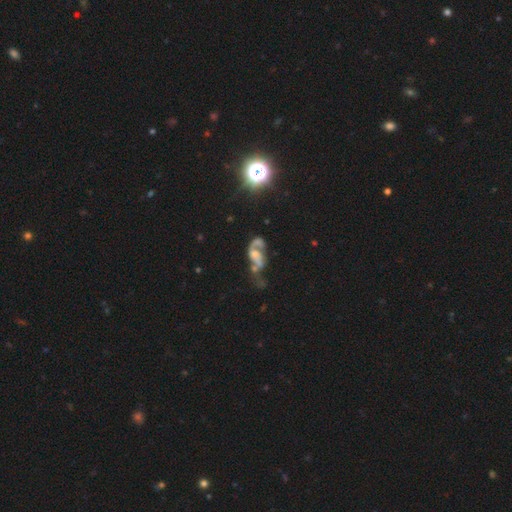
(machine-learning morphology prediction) smooth_or_featured: featured or disk (p=0.66) [alt: smooth p=0.21]
disk_edge_on: no (p=0.96) [alt: yes p=0.04]
bar: no (p=0.63) [alt: weak p=0.27]
has_spiral_arms: yes (p=0.72) [alt: no p=0.28]
bulge_size: moderate (p=0.30) [tied with: small p=0.30]
merging: major disturbance (p=0.35) [alt: merger p=0.33]